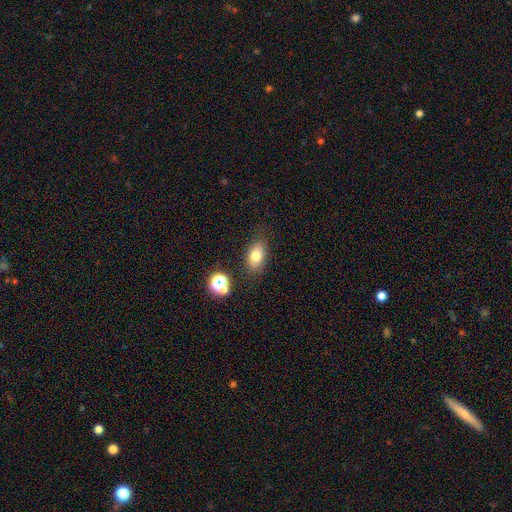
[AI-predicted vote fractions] smooth-or-featured: smooth: 75% | star or artifact: 13% | featured or disk: 13%
  how-rounded: in between: 85% | round: 13% | cigar-shaped: 2%
  merging: none: 79% | minor disturbance: 13% | major disturbance: 4% | merger: 3%